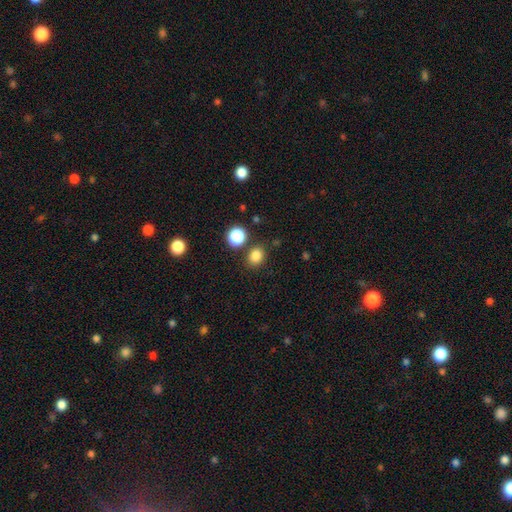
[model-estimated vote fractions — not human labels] Smooth or featured? Predicted: smooth (p=0.82). How rounded? Predicted: round (p=0.62). Merging? Predicted: none (p=0.82).